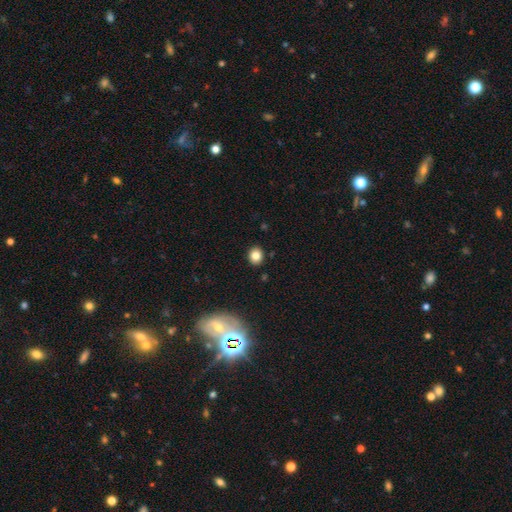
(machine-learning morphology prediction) Smooth or featured?
  - smooth: 82% *
  - star or artifact: 11%
  - featured or disk: 7%
How rounded?
  - round: 65% *
  - in between: 34%
  - cigar-shaped: 1%
Merging?
  - none: 89% *
  - minor disturbance: 7%
  - major disturbance: 2%
  - merger: 2%